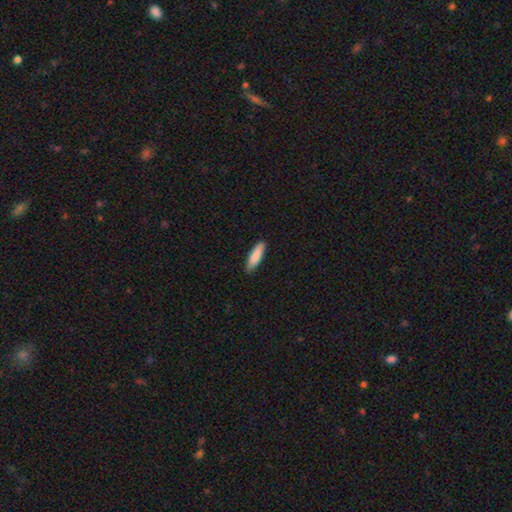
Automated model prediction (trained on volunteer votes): smooth_or_featured: smooth (p=0.86) [alt: featured or disk p=0.08]
how_rounded: cigar-shaped (p=0.68) [alt: in between p=0.30]
merging: none (p=0.87) [alt: minor disturbance p=0.10]